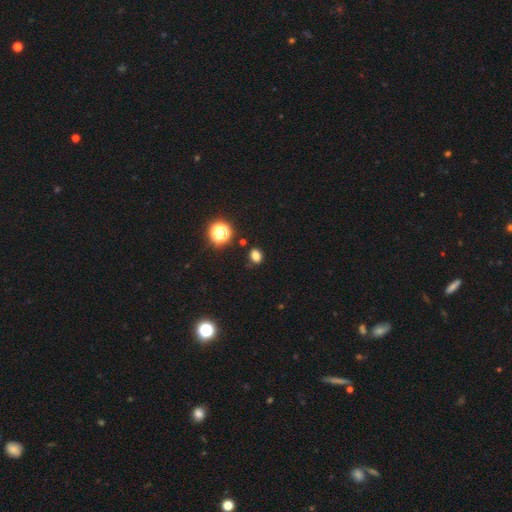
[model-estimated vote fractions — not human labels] smooth_or_featured: smooth (p=0.77) [alt: star or artifact p=0.19]
how_rounded: in between (p=0.58) [alt: round p=0.41]
merging: none (p=0.84) [alt: minor disturbance p=0.11]